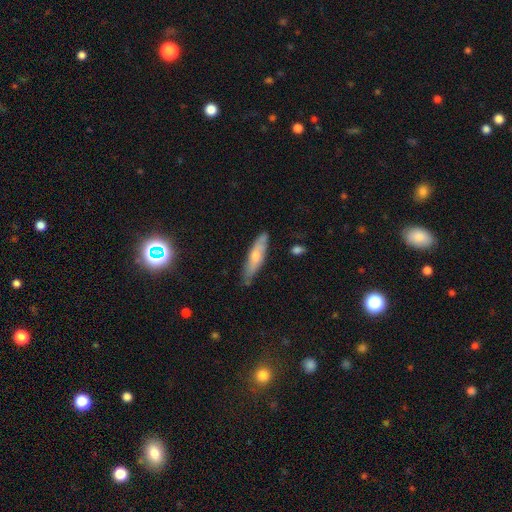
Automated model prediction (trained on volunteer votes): Smooth or featured: smooth — 50% (featured or disk — 42%)
Merging: none — 77% (minor disturbance — 18%)